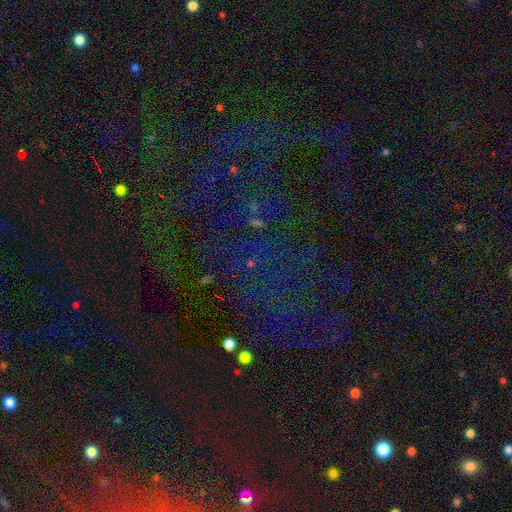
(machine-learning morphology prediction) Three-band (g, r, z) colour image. It shows a star or artifact, not a galaxy (75%).